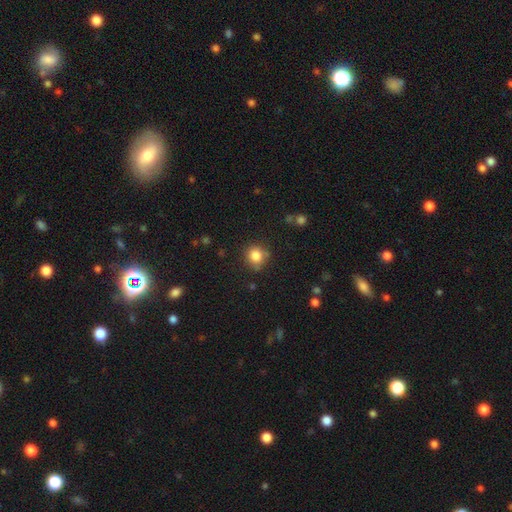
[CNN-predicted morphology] Smooth or featured? smooth (83%)
How rounded? round (85%)
Merging? none (75%)